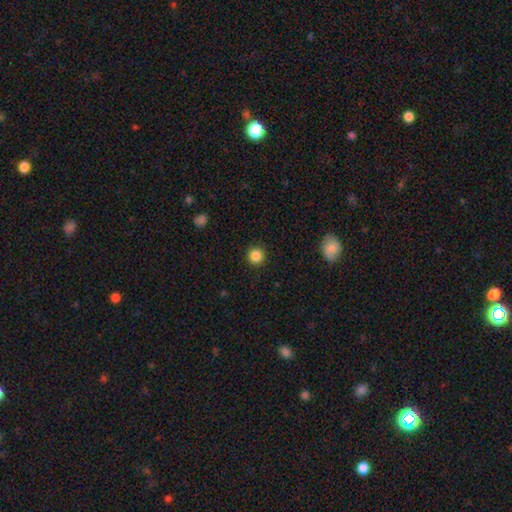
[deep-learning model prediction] This appears to be a smooth galaxy with no disk features (86%) that is round (94%). Merging: none (91%).